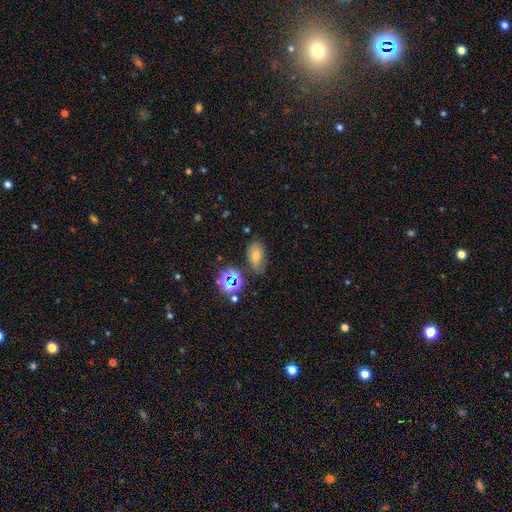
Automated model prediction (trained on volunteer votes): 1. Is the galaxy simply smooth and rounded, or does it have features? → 49% smooth, 33% star or artifact, 19% featured or disk.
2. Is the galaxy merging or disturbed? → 74% none, 16% minor disturbance, 5% major disturbance, 4% merger.